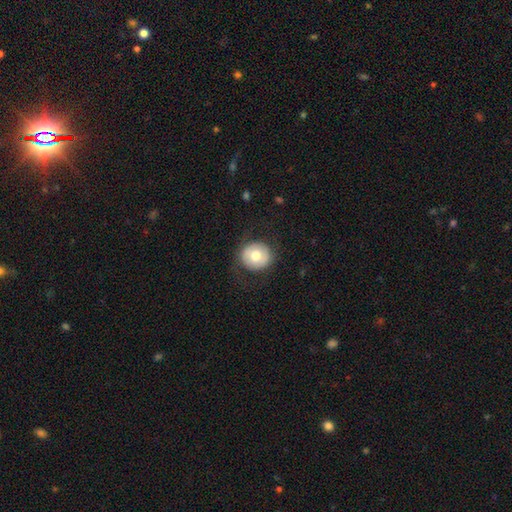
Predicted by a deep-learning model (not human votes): smooth_or_featured: smooth (p=0.64) [alt: featured or disk p=0.28]
how_rounded: round (p=0.91) [alt: in between p=0.08]
merging: none (p=0.82) [alt: minor disturbance p=0.11]